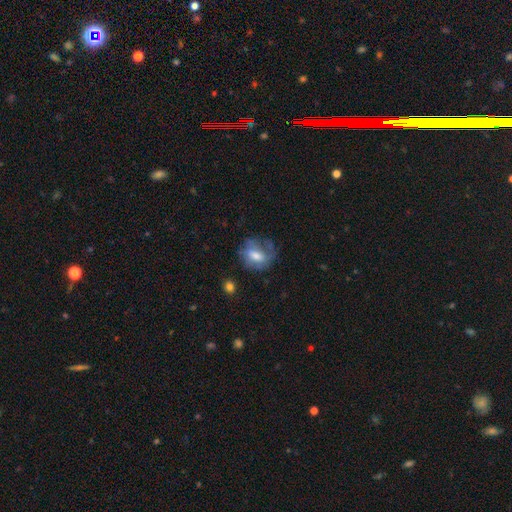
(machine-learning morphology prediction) This is possibly a smooth galaxy (47%). Merging: possibly none (50%).